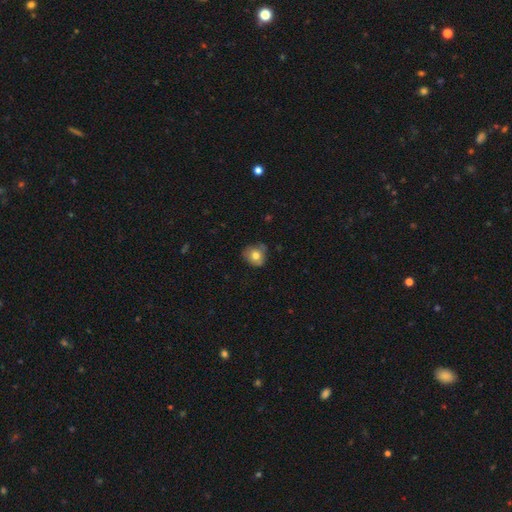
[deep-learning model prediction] Smooth or featured?
  - smooth: 74% *
  - featured or disk: 17%
  - star or artifact: 10%
How rounded?
  - round: 78% *
  - in between: 21%
  - cigar-shaped: 1%
Merging?
  - none: 66% *
  - minor disturbance: 26%
  - major disturbance: 5%
  - merger: 2%